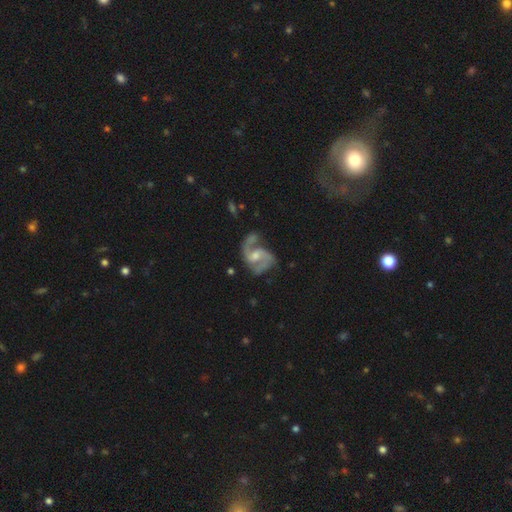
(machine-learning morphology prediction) The model was most divided on "bar": weak: 48%, no: 40%, strong: 12%. Remaining: edge-on disk — no (98%); spiral arms — yes (95%); smooth or featured — featured or disk (86%); spiral arm count — 2 (80%); merging — none (51%); spiral winding — medium (51%); bulge size — moderate (48%).